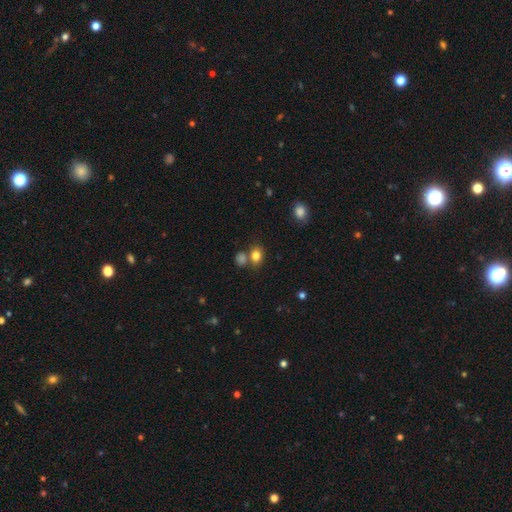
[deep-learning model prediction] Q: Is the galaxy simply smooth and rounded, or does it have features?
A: smooth — 81%.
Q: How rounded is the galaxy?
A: in between — 57%.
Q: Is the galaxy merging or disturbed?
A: none — 60%.